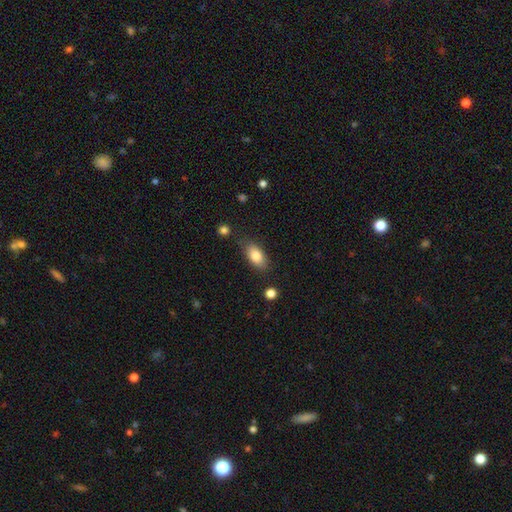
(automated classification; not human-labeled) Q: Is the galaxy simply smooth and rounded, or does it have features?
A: smooth — 82%.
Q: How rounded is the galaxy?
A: in between — 89%.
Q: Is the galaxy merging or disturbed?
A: none — 79%.